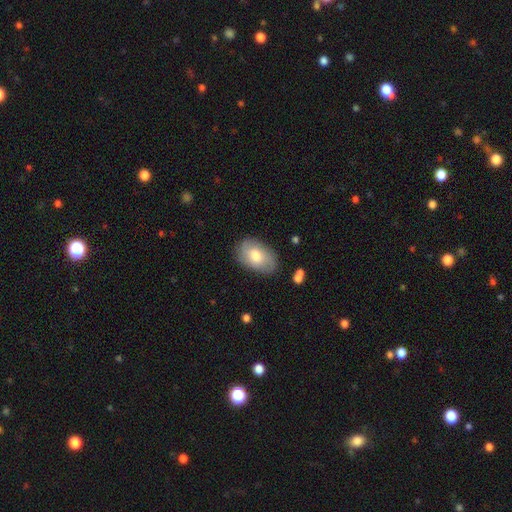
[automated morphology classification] The model was most divided on "smooth or featured": smooth: 68%, featured or disk: 26%, star or artifact: 6%. More confident: how rounded — in between (90%); merging — none (78%).